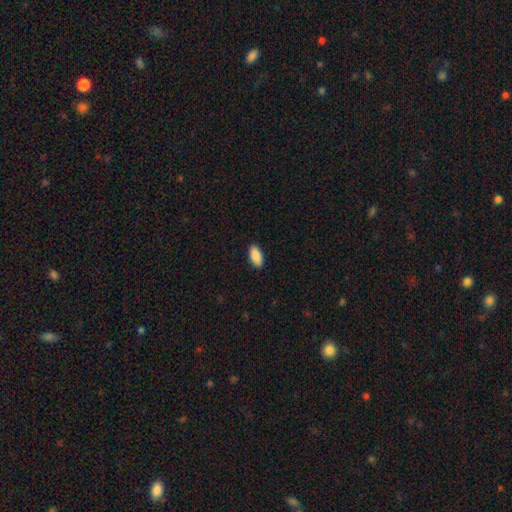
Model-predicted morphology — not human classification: A smooth galaxy with no disk features (90%) that is in between round and cigar-shaped (91%).

Vote fractions:
- Smooth or featured? smooth: 90% / star or artifact: 6% / featured or disk: 4%
- How rounded? in between: 91% / cigar-shaped: 7% / round: 2%
- Merging? none: 89% / minor disturbance: 8% / major disturbance: 2% / merger: 1%